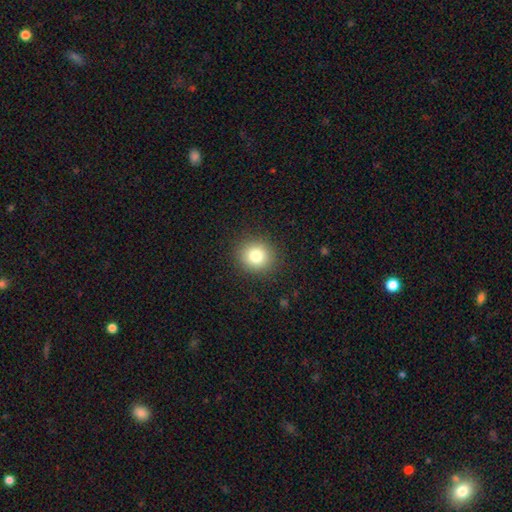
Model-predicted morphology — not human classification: Overall: smooth (81%). How rounded: round (87%). Merging: none (90%).